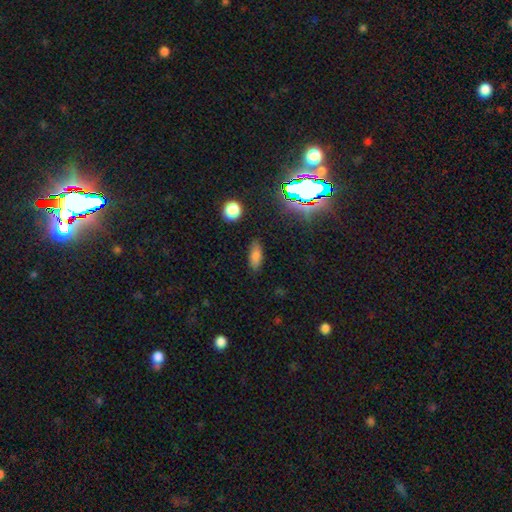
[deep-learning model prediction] smooth-or-featured: smooth: 75% | star or artifact: 15% | featured or disk: 10%
  how-rounded: in between: 76% | cigar-shaped: 19% | round: 5%
  merging: none: 82% | minor disturbance: 13% | major disturbance: 3% | merger: 2%